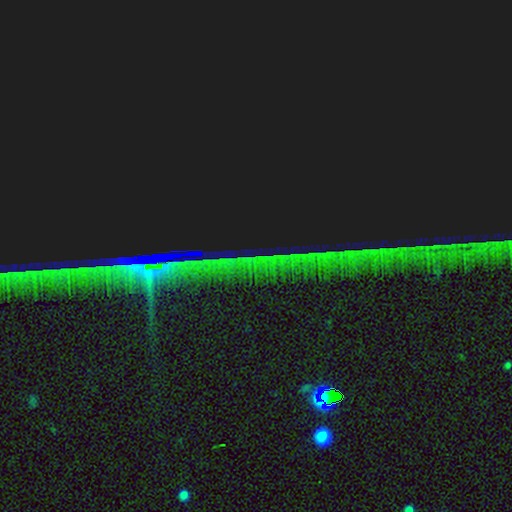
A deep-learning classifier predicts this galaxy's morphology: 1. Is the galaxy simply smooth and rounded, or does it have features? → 87% star or artifact, 7% featured or disk, 6% smooth.